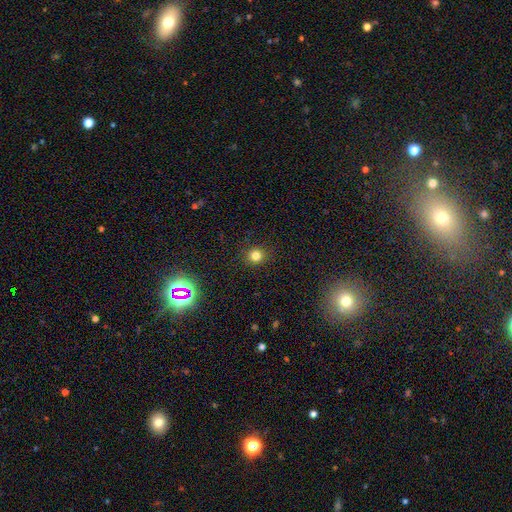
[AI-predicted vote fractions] Morphology: type=smooth (79%); roundness=round (88%); merging=none (90%).